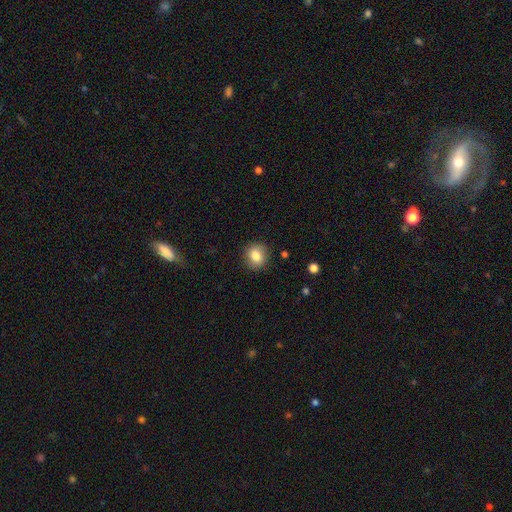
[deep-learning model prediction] smooth 83%, star or artifact 9%, featured or disk 7%. Down the decision tree: how rounded — round (71%); merging — none (86%).